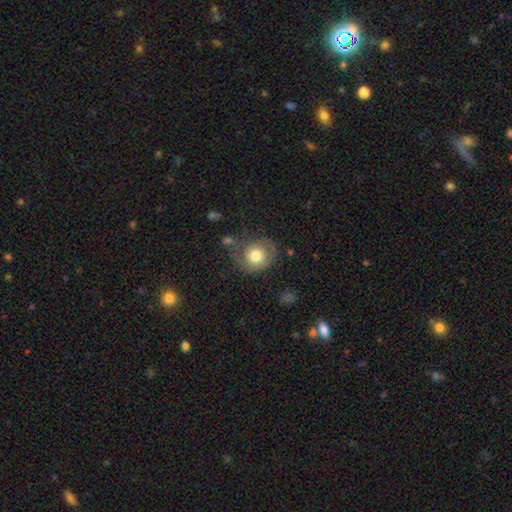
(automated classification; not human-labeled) The model was most divided on "merging": none: 59%, minor disturbance: 23%, major disturbance: 13%, merger: 5%. More confident: how rounded — round (78%); smooth or featured — smooth (71%).